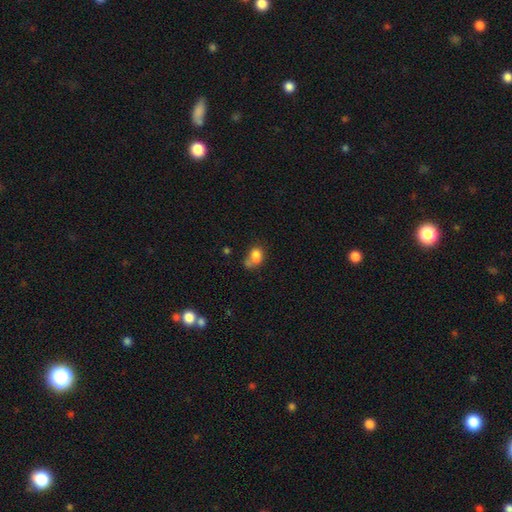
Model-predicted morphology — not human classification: A smooth galaxy with no disk features (78%) that is in between round and cigar-shaped (69%). Merging: merger (32%).